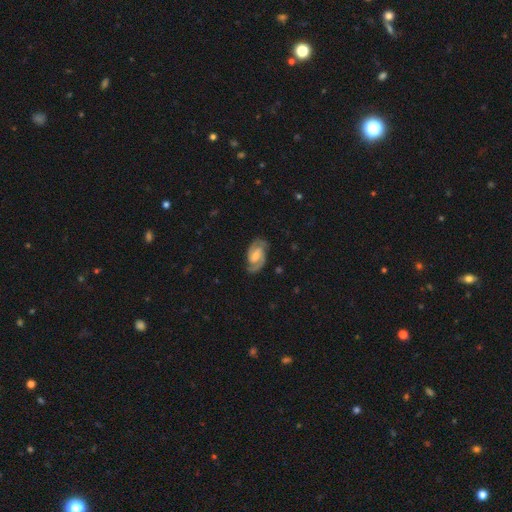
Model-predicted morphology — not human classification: The model was most divided on "bulge size": moderate: 44%, small: 38%, none: 11%, large: 6%, dominant: 1%. More confident: spiral arms — yes (97%); edge-on disk — no (97%); spiral arm count — 2 (92%); smooth or featured — featured or disk (87%); merging — none (82%); bar — weak (52%); spiral winding — medium (50%).